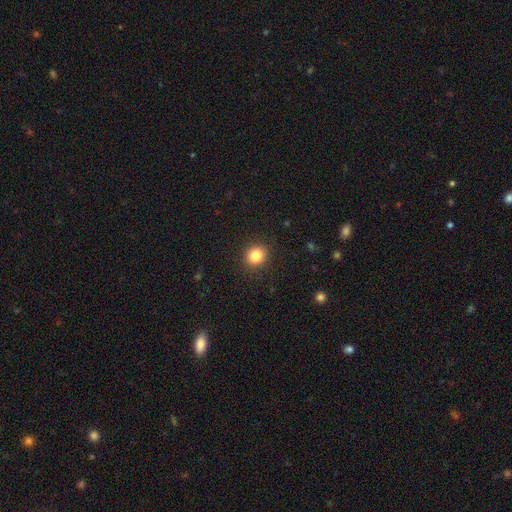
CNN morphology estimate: This is clearly a smooth galaxy (84%). How rounded: clearly round (84%). Merging: clearly none (91%).